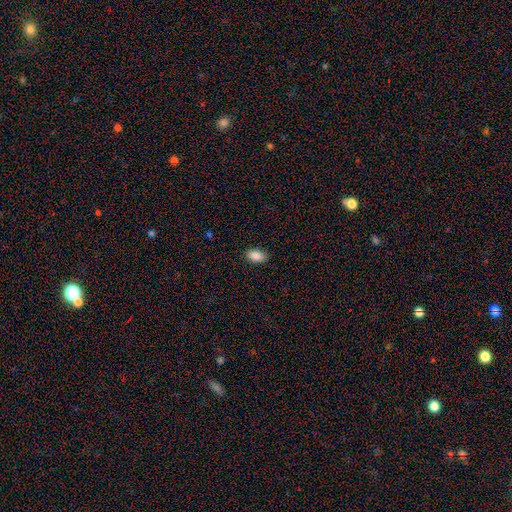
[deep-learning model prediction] The model was most divided on "merging": none: 88%, minor disturbance: 9%, major disturbance: 2%, merger: 1%. More confident: how rounded — in between (93%); smooth or featured — smooth (87%).